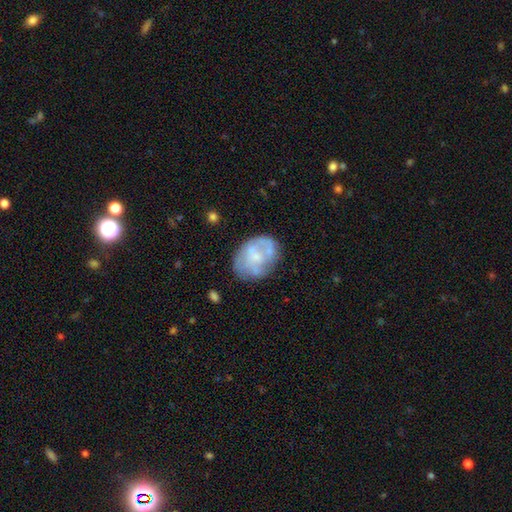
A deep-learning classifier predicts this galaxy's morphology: The model was most divided on "bulge size": small: 44%, moderate: 28%, none: 24%, large: 3%, dominant: 1%. More confident: edge-on disk — no (98%); bar — no (71%); spiral arms — no (62%); smooth or featured — featured or disk (56%); merging — none (55%).